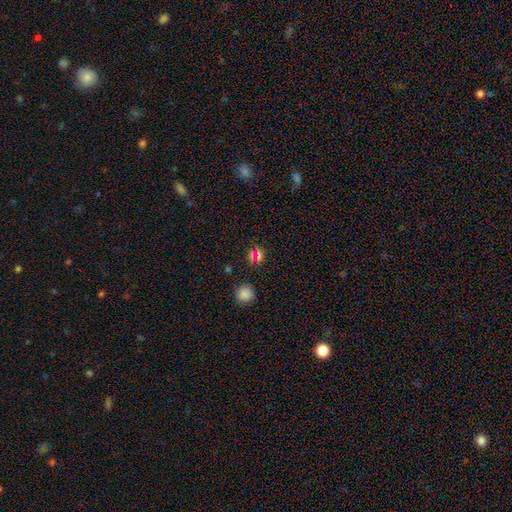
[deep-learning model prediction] Smooth or featured: smooth — 48% (star or artifact — 43%)
Merging: none — 76% (minor disturbance — 11%)